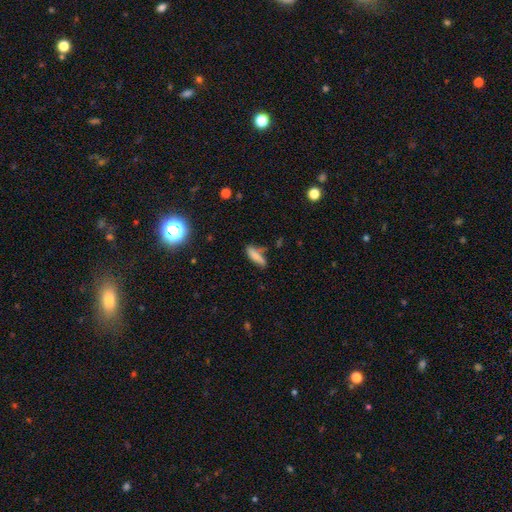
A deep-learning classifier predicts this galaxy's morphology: smooth_or_featured: smooth (p=0.79) [alt: featured or disk p=0.12]
how_rounded: cigar-shaped (p=0.49) [alt: in between p=0.48]
merging: none (p=0.60) [alt: minor disturbance p=0.24]